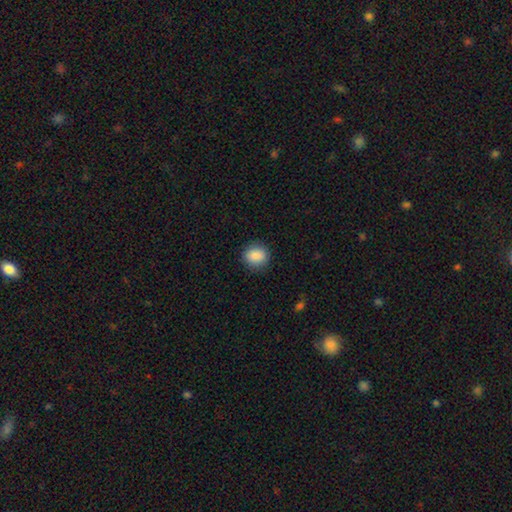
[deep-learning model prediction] smooth-or-featured: smooth: 88% | star or artifact: 8% | featured or disk: 4%
  how-rounded: round: 74% | in between: 25% | cigar-shaped: 1%
  merging: none: 88% | minor disturbance: 8% | major disturbance: 3% | merger: 1%